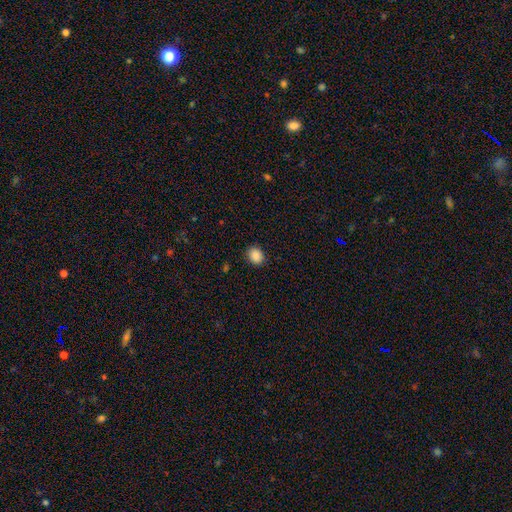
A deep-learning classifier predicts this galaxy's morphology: smooth 88%, star or artifact 9%, featured or disk 3%. Down the decision tree: how rounded — round (56%); merging — none (89%).